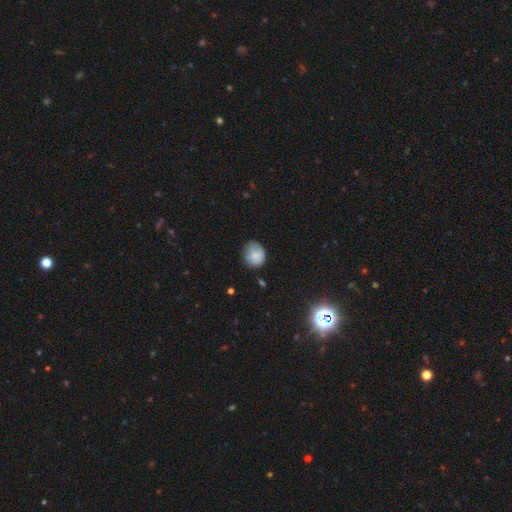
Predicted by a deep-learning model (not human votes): smooth-or-featured: smooth: 80% | featured or disk: 11% | star or artifact: 9%
  how-rounded: round: 71% | in between: 28% | cigar-shaped: 1%
  merging: none: 61% | minor disturbance: 30% | major disturbance: 7% | merger: 2%